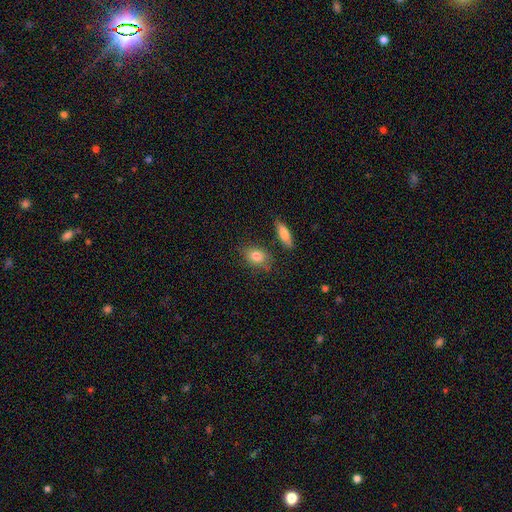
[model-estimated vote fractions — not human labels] Q: Smooth or featured?
A: smooth (83%); runner-up: featured or disk (9%)
Q: How rounded?
A: in between (69%); runner-up: round (27%)
Q: Merging?
A: none (74%); runner-up: minor disturbance (16%)